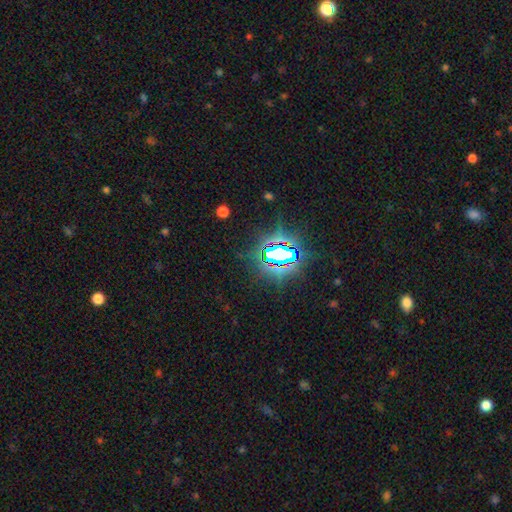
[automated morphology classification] This is likely a star or artifact rather than a galaxy (79%).